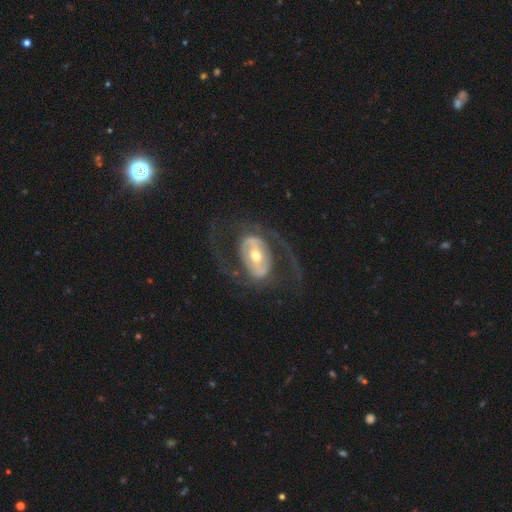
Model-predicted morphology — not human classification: type=featured or disk (84%); edge-on=no (95%); bar=strong (45%); spiral arms=yes (76%); winding=medium (46%); arm count=2 (87%); bulge=moderate (63%); merging=none (68%).